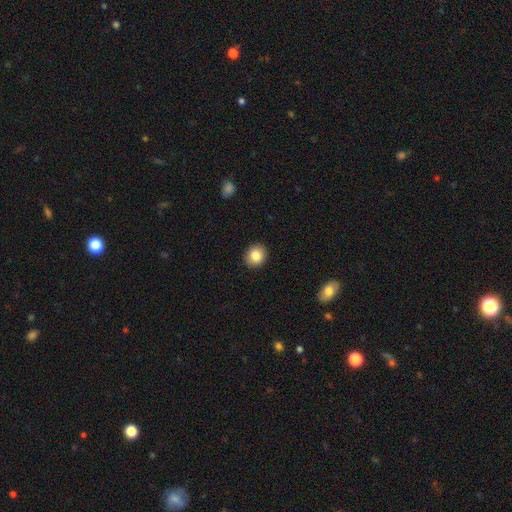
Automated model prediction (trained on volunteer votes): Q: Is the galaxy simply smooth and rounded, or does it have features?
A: smooth — 84%.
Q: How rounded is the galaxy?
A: round — 78%.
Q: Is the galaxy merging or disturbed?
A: none — 92%.